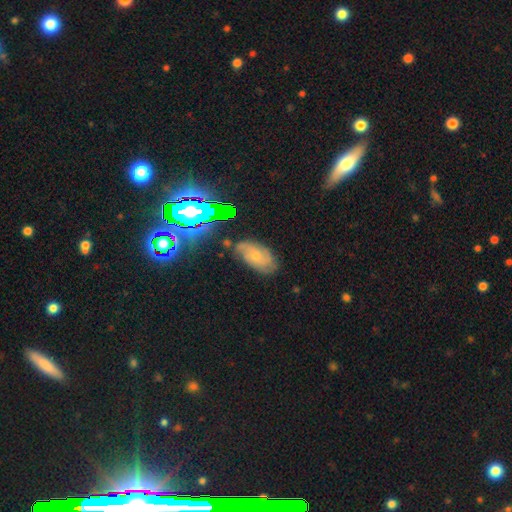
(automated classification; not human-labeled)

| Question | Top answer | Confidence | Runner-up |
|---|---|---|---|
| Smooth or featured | featured or disk | 53% | smooth (32%) |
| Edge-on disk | no | 92% | yes (8%) |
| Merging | none | 69% | minor disturbance (21%) |